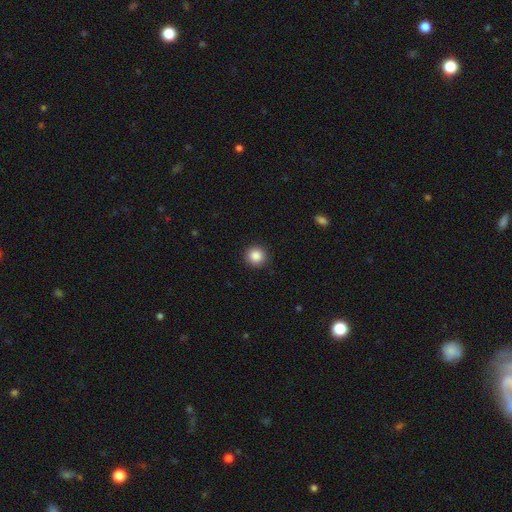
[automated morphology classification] Smooth or featured? Predicted: smooth (p=0.87). How rounded? Predicted: round (p=0.93). Merging? Predicted: none (p=0.90).